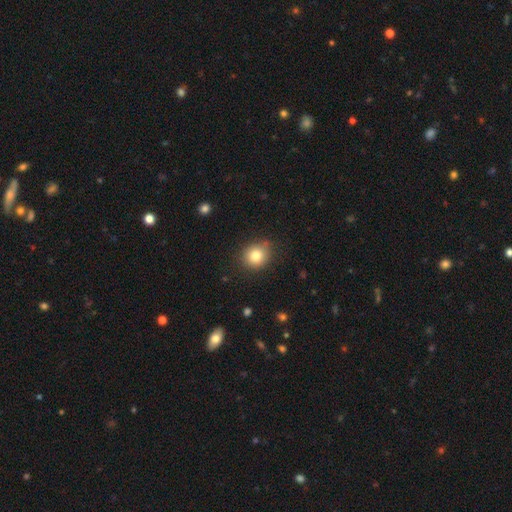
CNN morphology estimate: This is clearly a smooth galaxy (80%). How rounded: likely round (79%). Merging: clearly none (83%).